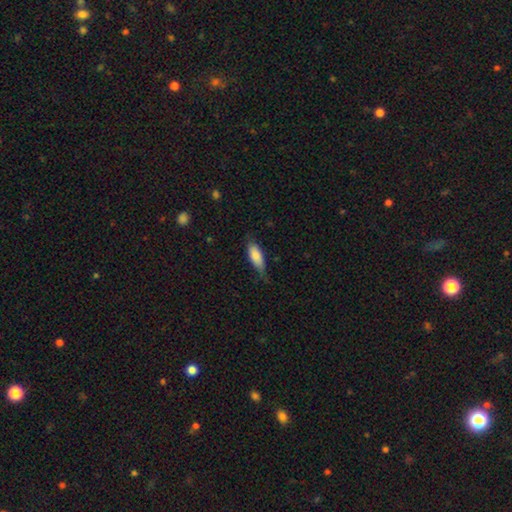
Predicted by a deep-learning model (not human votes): smooth_or_featured: smooth (p=0.81) [alt: featured or disk p=0.13]
how_rounded: in between (p=0.72) [alt: cigar-shaped p=0.26]
merging: none (p=0.61) [alt: minor disturbance p=0.31]